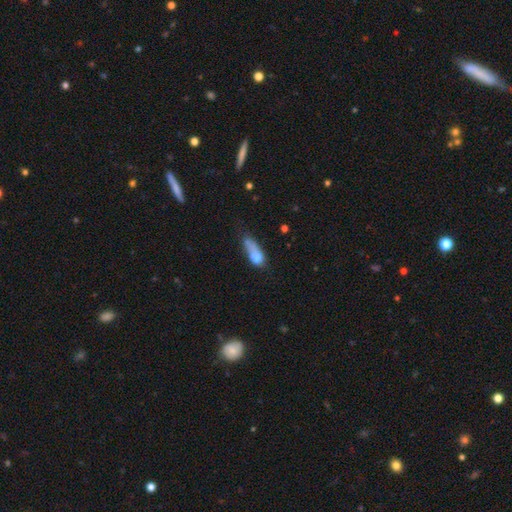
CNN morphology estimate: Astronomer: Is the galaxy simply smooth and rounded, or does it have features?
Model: smooth — 69%.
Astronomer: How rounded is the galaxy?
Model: in between — 67%.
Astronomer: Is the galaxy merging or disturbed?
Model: major disturbance — 30% (runner-up: minor disturbance, 26%).